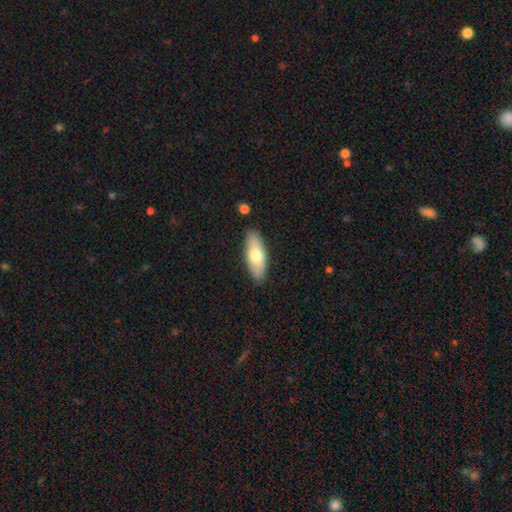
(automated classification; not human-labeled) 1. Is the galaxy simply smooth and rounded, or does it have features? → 67% smooth, 27% featured or disk, 6% star or artifact.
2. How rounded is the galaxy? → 75% in between, 23% cigar-shaped, 2% round.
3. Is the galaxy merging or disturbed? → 86% none, 10% minor disturbance, 2% major disturbance, 2% merger.